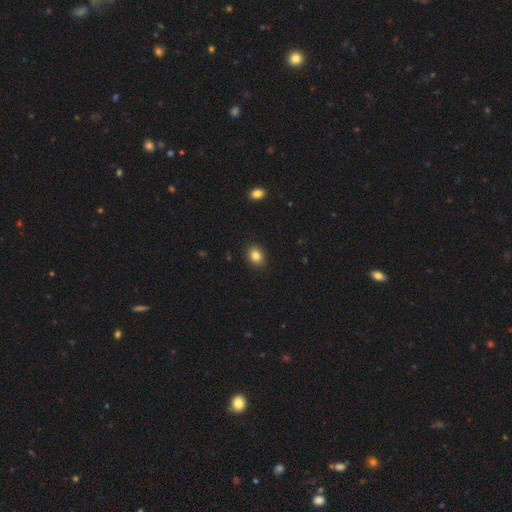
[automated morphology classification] A smooth galaxy with no disk features (84%) that is round (55%). Merging: none (89%).